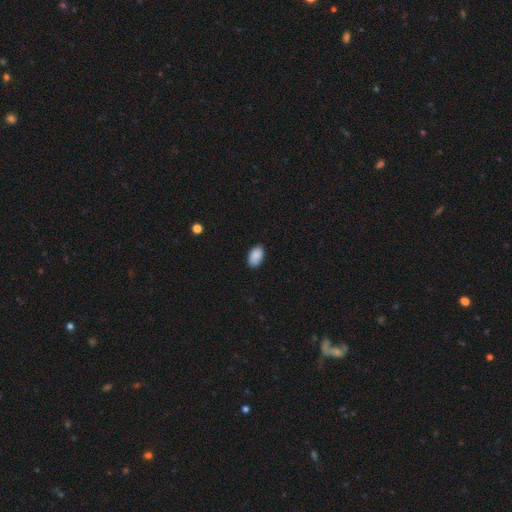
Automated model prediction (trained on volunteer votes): A smooth galaxy with no disk features (89%) that is in between round and cigar-shaped (94%).

Vote fractions:
- Smooth or featured? smooth: 89% / star or artifact: 7% / featured or disk: 4%
- How rounded? in between: 94% / round: 5% / cigar-shaped: 1%
- Merging? none: 82% / minor disturbance: 15% / major disturbance: 2% / merger: 1%